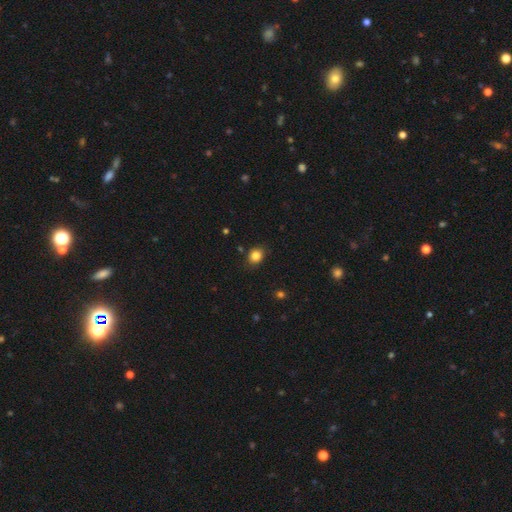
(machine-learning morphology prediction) Smooth or featured: smooth — 84% (star or artifact — 11%)
How rounded: round — 59% (in between — 40%)
Merging: none — 85% (minor disturbance — 11%)